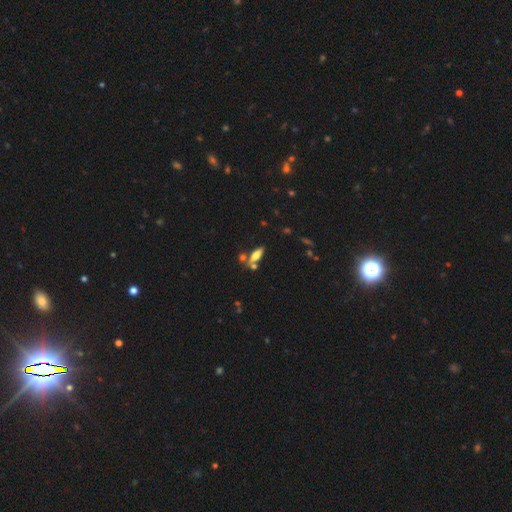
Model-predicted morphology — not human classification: The model was most divided on "how rounded": in between: 64%, cigar-shaped: 32%, round: 3%. More confident: smooth or featured — smooth (62%); merging — none (59%).